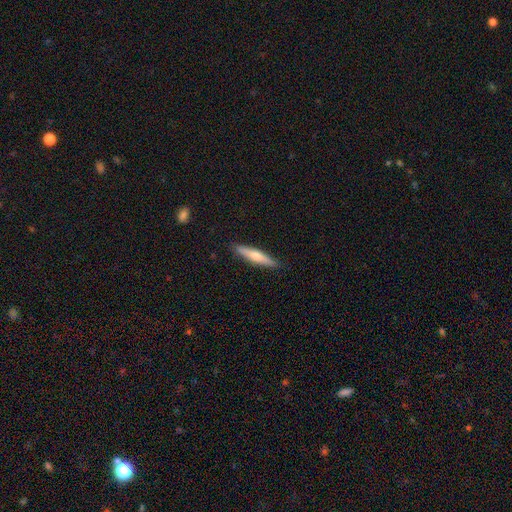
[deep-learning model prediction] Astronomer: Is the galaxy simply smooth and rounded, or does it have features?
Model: smooth — 58% (runner-up: featured or disk, 37%).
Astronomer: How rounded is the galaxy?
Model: cigar-shaped — 87%.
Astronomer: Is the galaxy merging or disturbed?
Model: none — 90%.